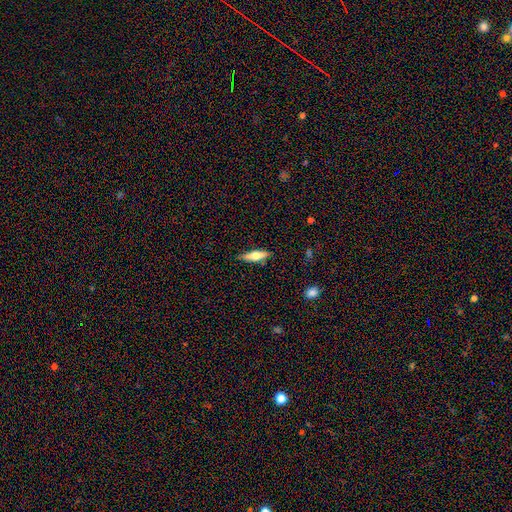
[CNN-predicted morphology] Overall: smooth (55%; featured or disk 38%). How rounded: cigar-shaped (59%; in between 39%). Merging: none (86%).